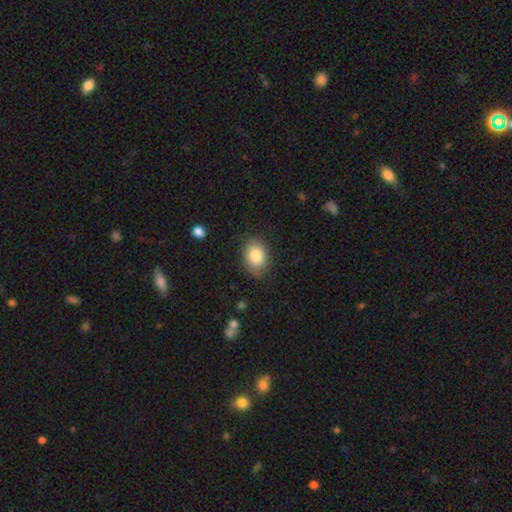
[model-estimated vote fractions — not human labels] A smooth galaxy with no disk features (85%) that is in between round and cigar-shaped (71%).

Vote fractions:
- Smooth or featured? smooth: 85% / star or artifact: 8% / featured or disk: 8%
- How rounded? in between: 71% / round: 28% / cigar-shaped: 1%
- Merging? none: 83% / minor disturbance: 12% / major disturbance: 3% / merger: 1%